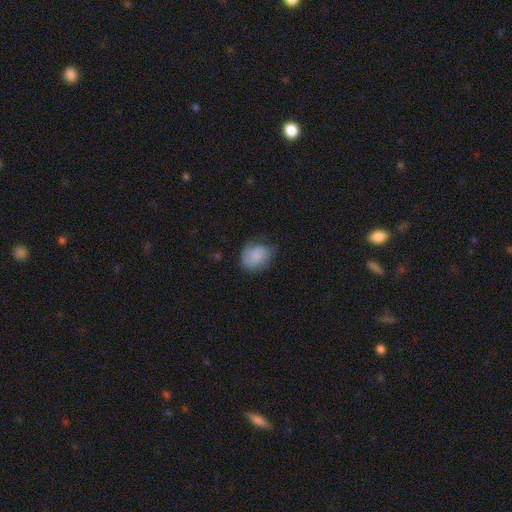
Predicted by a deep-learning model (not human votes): Smooth or featured?
  - smooth: 79% *
  - featured or disk: 13%
  - star or artifact: 7%
How rounded?
  - round: 54% *
  - in between: 45%
  - cigar-shaped: 1%
Merging?
  - none: 58% *
  - minor disturbance: 30%
  - major disturbance: 10%
  - merger: 1%